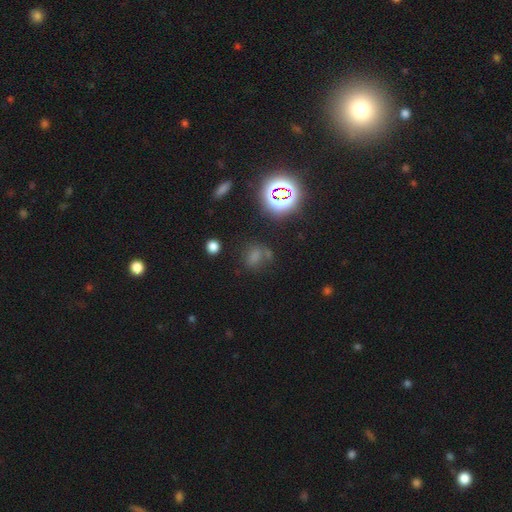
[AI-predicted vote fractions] This appears to be a smooth galaxy with no disk features (53%) that is round (49%). Merging: none (56%).